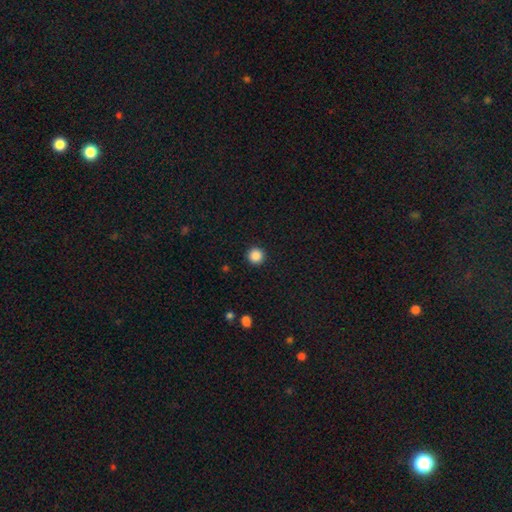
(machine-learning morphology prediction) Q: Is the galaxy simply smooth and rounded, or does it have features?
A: smooth — 87%.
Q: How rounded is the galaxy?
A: round — 96%.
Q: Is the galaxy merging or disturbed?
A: none — 93%.